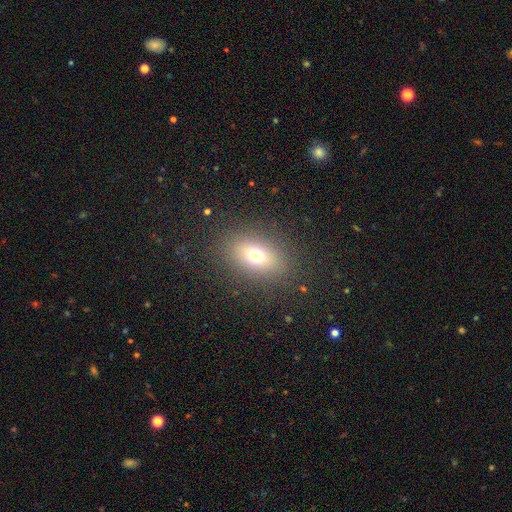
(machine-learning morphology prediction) A smooth galaxy with no disk features (70%) that is in between round and cigar-shaped (72%). Merging: none (85%).